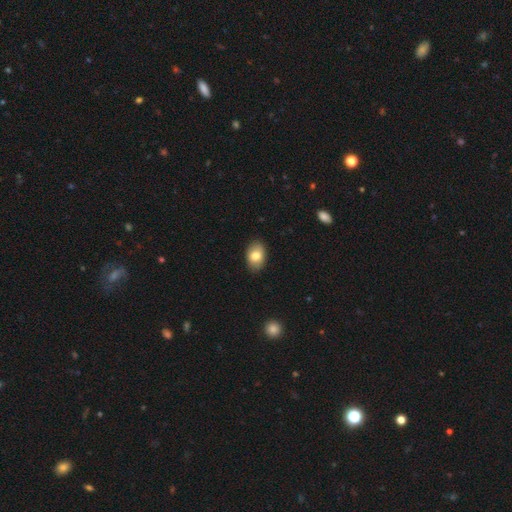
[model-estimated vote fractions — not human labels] A smooth galaxy with no disk features (81%) that is in between round and cigar-shaped (86%). Merging: none (87%).